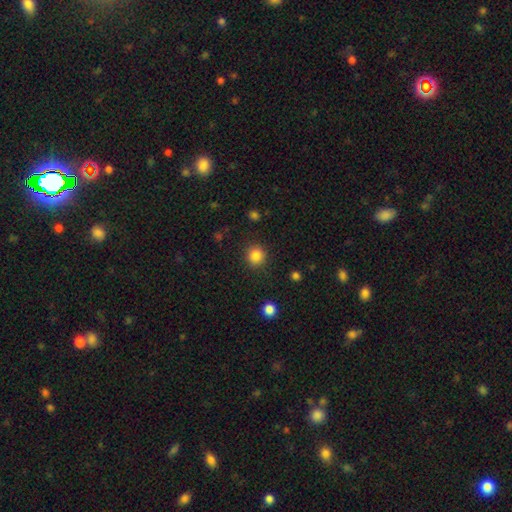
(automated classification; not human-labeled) Q: Smooth or featured?
A: smooth (85%); runner-up: star or artifact (11%)
Q: How rounded?
A: round (90%); runner-up: in between (9%)
Q: Merging?
A: none (89%); runner-up: minor disturbance (7%)